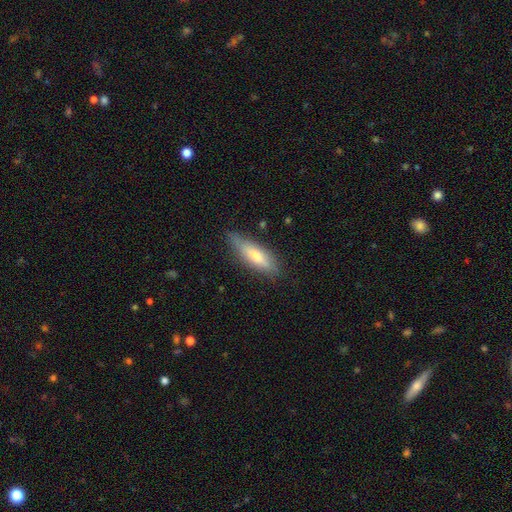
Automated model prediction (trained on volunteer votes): The model was most divided on "how rounded": cigar-shaped: 55%, in between: 43%, round: 2%. More confident: merging — none (75%); smooth or featured — smooth (61%).